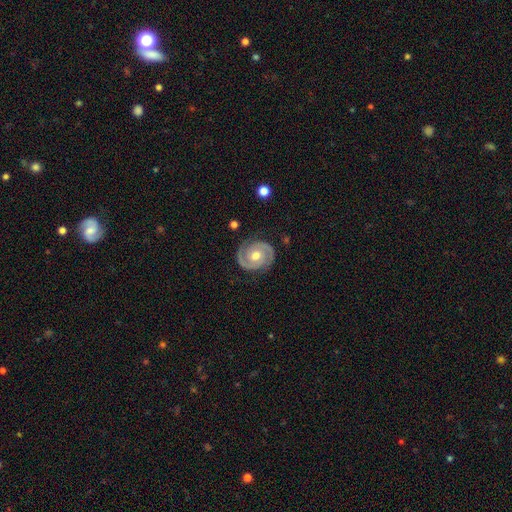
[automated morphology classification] This appears to be a featured or disk galaxy (91%) with no bar (71%), 2 (93%) tight (66%) spiral arms (98%) and a moderate central bulge (78%). Merging: none (86%).